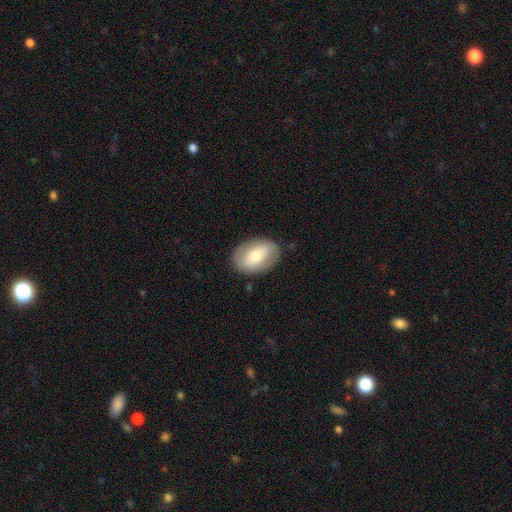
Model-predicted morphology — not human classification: Overall: smooth (62%; featured or disk 31%). How rounded: in between (84%). Merging: none (84%).